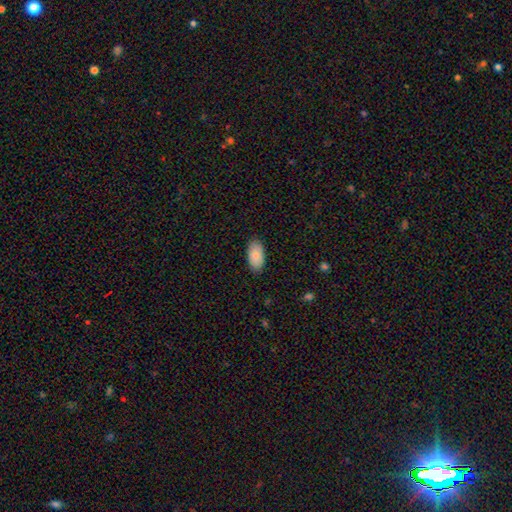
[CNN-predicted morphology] smooth-or-featured: smooth: 82% | featured or disk: 11% | star or artifact: 6%
  how-rounded: in between: 94% | cigar-shaped: 3% | round: 3%
  merging: none: 87% | minor disturbance: 10% | major disturbance: 2% | merger: 1%